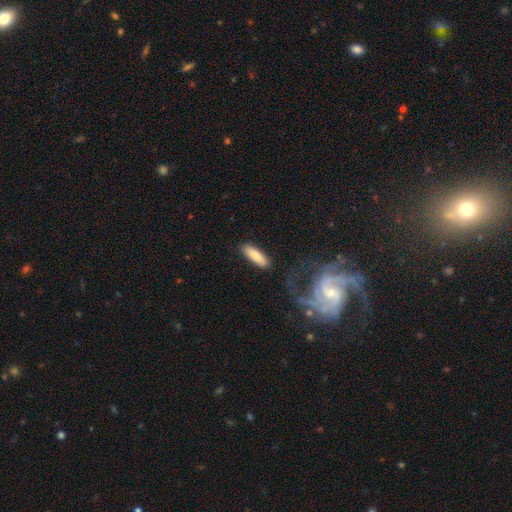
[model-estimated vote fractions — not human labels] This is clearly a smooth galaxy (84%). How rounded: possibly cigar-shaped (53%). Merging: clearly none (83%).